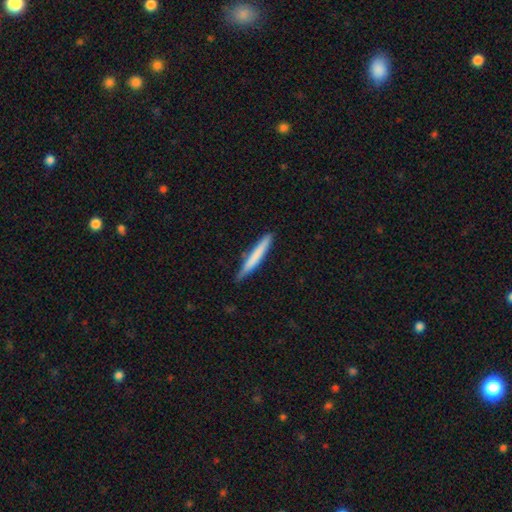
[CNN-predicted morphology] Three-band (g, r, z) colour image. It shows a smooth galaxy with no disk features (71%) that is cigar-shaped (96%). Merging: none (84%).